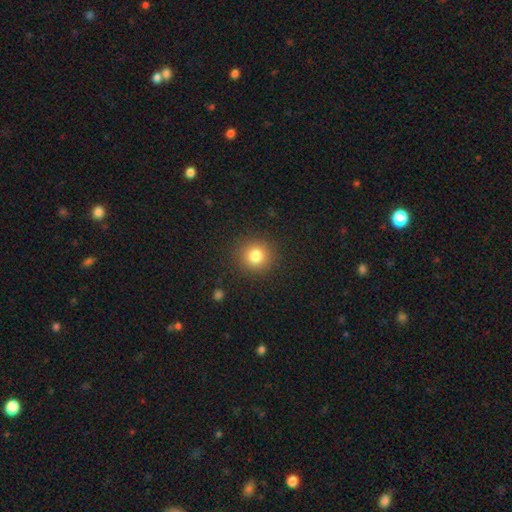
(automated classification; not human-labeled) Q: Smooth or featured?
A: smooth (81%); runner-up: star or artifact (12%)
Q: How rounded?
A: round (92%); runner-up: in between (7%)
Q: Merging?
A: none (90%); runner-up: minor disturbance (6%)